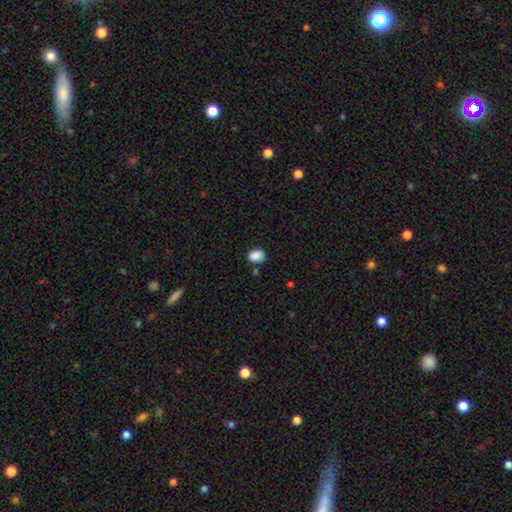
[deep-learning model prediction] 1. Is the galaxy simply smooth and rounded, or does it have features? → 88% smooth, 8% star or artifact, 3% featured or disk.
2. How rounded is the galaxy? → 70% in between, 29% round, 1% cigar-shaped.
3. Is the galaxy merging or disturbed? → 75% none, 16% minor disturbance, 5% merger, 4% major disturbance.